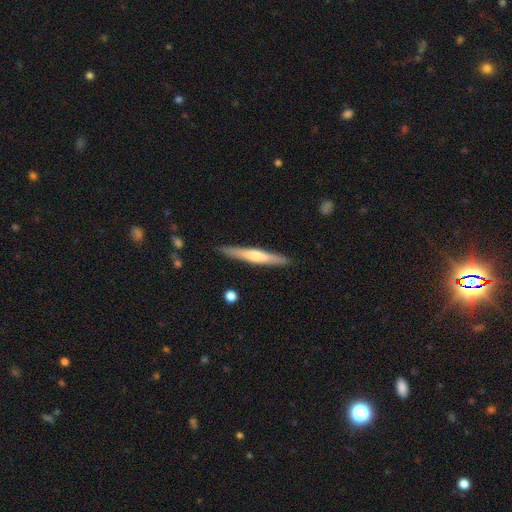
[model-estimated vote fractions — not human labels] The model was most divided on "smooth or featured": featured or disk: 50%, smooth: 44%, star or artifact: 5%. More confident: edge-on disk — yes (96%); merging — none (90%).